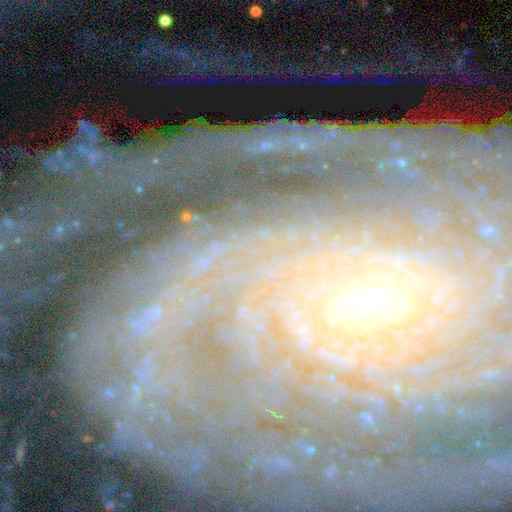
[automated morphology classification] A featured or disk galaxy (68%) with no bar (62%), tight (71%) spiral arms (87%) and a small central bulge (65%).

Vote fractions:
- Smooth or featured? featured or disk: 68% / star or artifact: 21% / smooth: 10%
- Edge-on disk? no: 91% / yes: 9%
- Bar? no: 62% / weak: 22% / strong: 16%
- Spiral arms? yes: 87% / no: 13%
- Spiral winding? tight: 71% / medium: 21% / loose: 8%
- Spiral arm count? can't tell: 36% / 2: 17% / 3: 14% / more than 4: 11% / 4: 11% / 1: 10%
- Bulge size? small: 65% / moderate: 25% / none: 4% / large: 3% / dominant: 2%
- Merging? none: 64% / minor disturbance: 17% / major disturbance: 14% / merger: 5%